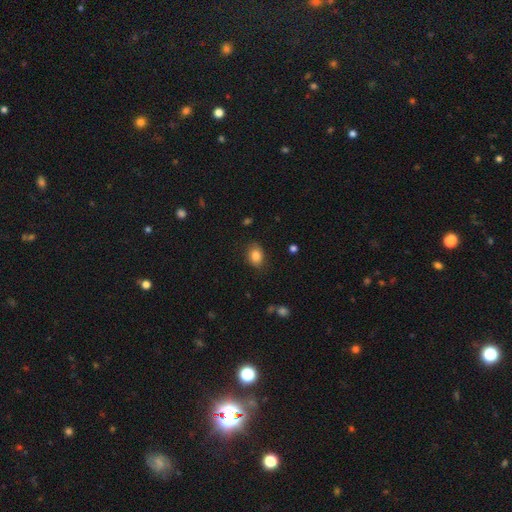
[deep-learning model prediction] Smooth or featured?
  - smooth: 85% *
  - star or artifact: 9%
  - featured or disk: 7%
How rounded?
  - in between: 69% *
  - round: 30%
  - cigar-shaped: 1%
Merging?
  - none: 81% *
  - minor disturbance: 15%
  - major disturbance: 3%
  - merger: 1%